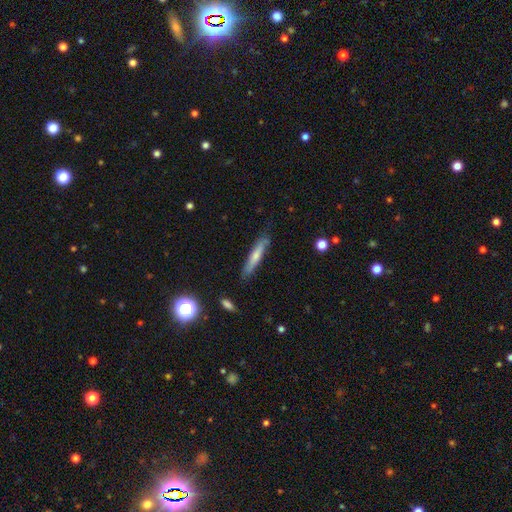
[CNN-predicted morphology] This appears to be a smooth galaxy with no disk features (60%) that is cigar-shaped (90%). Merging: none (77%).